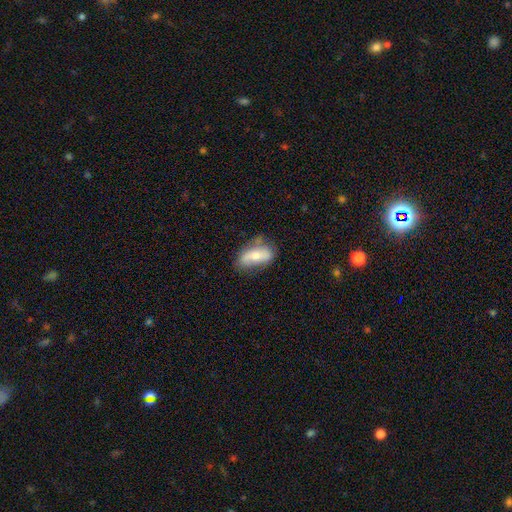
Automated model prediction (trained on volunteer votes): The model was most divided on "smooth or featured": smooth: 55%, featured or disk: 38%, star or artifact: 7%. More confident: how rounded — in between (86%); merging — none (60%).